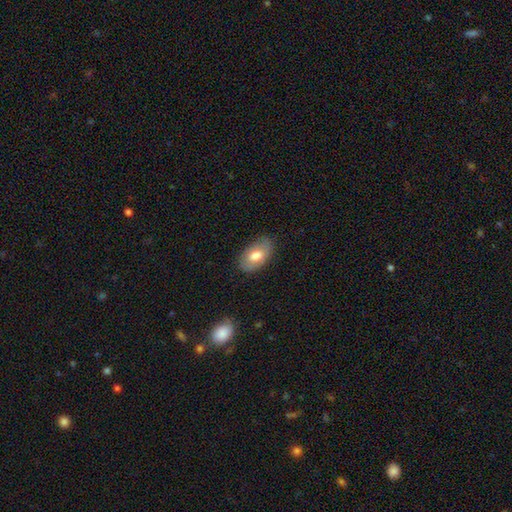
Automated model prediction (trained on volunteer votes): A smooth galaxy with no disk features (70%) that is in between round and cigar-shaped (93%).

Vote fractions:
- Smooth or featured? smooth: 70% / featured or disk: 23% / star or artifact: 6%
- How rounded? in between: 93% / round: 5% / cigar-shaped: 2%
- Merging? none: 76% / minor disturbance: 18% / major disturbance: 4% / merger: 1%